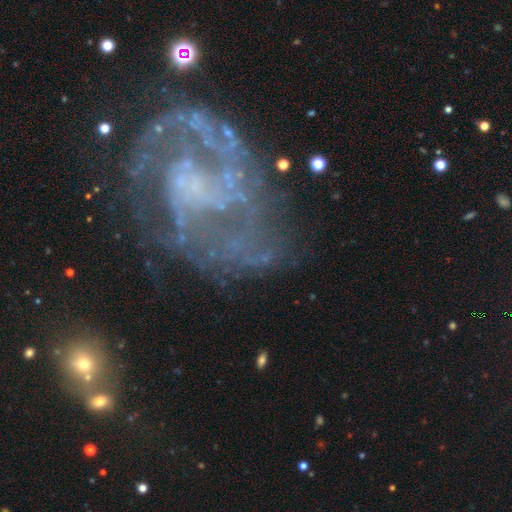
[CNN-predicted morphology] type=featured or disk (79%); edge-on=no (98%); bar=no (70%); spiral arms=yes (71%); winding=medium (37%); arm count=can't tell (34%); bulge=none (62%); merging=none (53%).